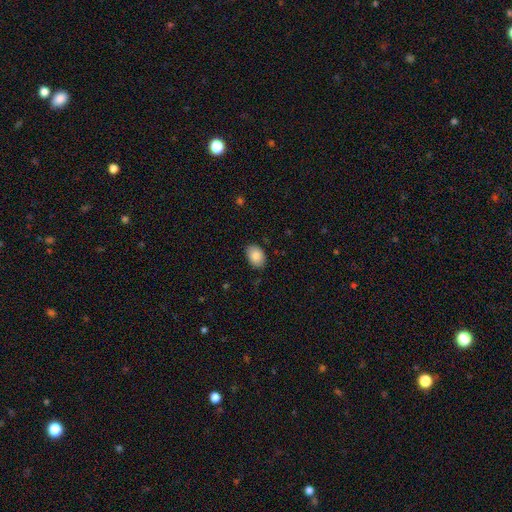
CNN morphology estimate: Q: Smooth or featured?
A: smooth (87%); runner-up: star or artifact (7%)
Q: How rounded?
A: in between (82%); runner-up: round (17%)
Q: Merging?
A: none (85%); runner-up: minor disturbance (12%)